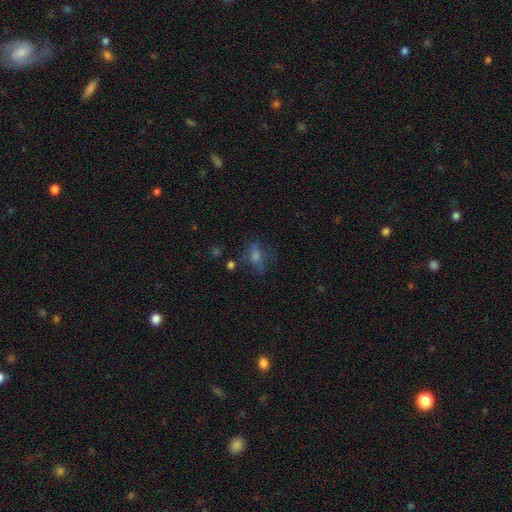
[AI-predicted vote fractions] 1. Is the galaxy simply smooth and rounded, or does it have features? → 59% smooth, 25% featured or disk, 17% star or artifact.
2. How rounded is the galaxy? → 65% in between, 31% round, 4% cigar-shaped.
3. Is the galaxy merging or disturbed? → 52% none, 22% minor disturbance, 21% major disturbance, 5% merger.